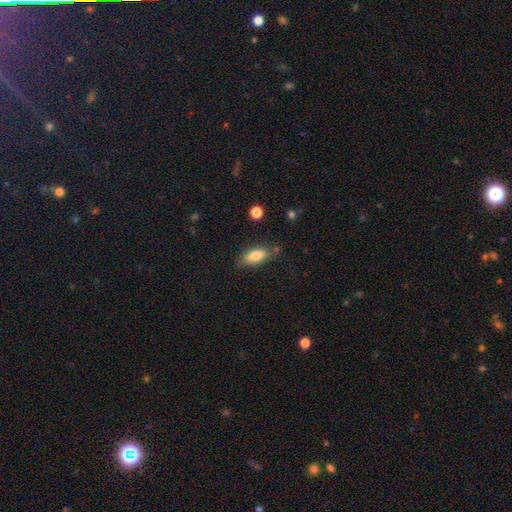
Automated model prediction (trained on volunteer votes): This appears to be a smooth galaxy with no disk features (77%) that is in between round and cigar-shaped (83%). Merging: none (74%).